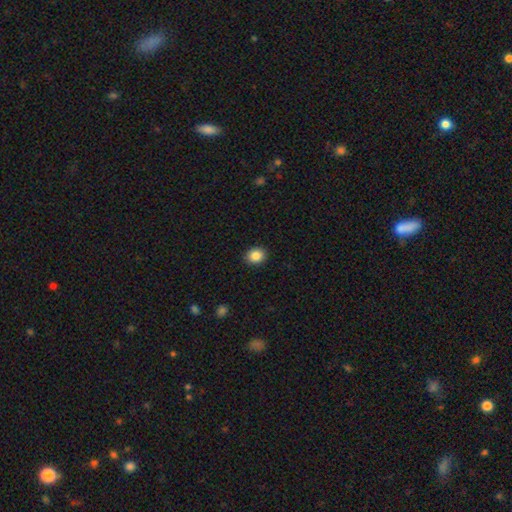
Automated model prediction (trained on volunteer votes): Smooth or featured?
  - smooth: 87% *
  - star or artifact: 9%
  - featured or disk: 4%
How rounded?
  - round: 61% *
  - in between: 38%
  - cigar-shaped: 1%
Merging?
  - none: 91% *
  - minor disturbance: 6%
  - major disturbance: 2%
  - merger: 1%